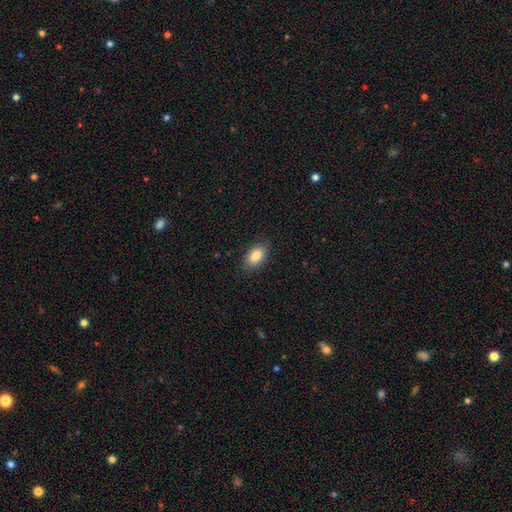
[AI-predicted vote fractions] smooth_or_featured: smooth (p=0.85) [alt: star or artifact p=0.07]
how_rounded: in between (p=0.91) [alt: round p=0.06]
merging: none (p=0.87) [alt: minor disturbance p=0.10]